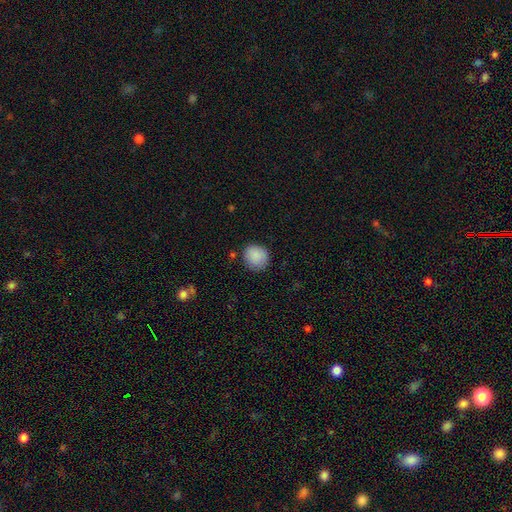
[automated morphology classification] Smooth or featured?
  - smooth: 89% *
  - star or artifact: 8%
  - featured or disk: 4%
How rounded?
  - round: 86% *
  - in between: 13%
  - cigar-shaped: 1%
Merging?
  - none: 82% *
  - minor disturbance: 13%
  - major disturbance: 3%
  - merger: 2%